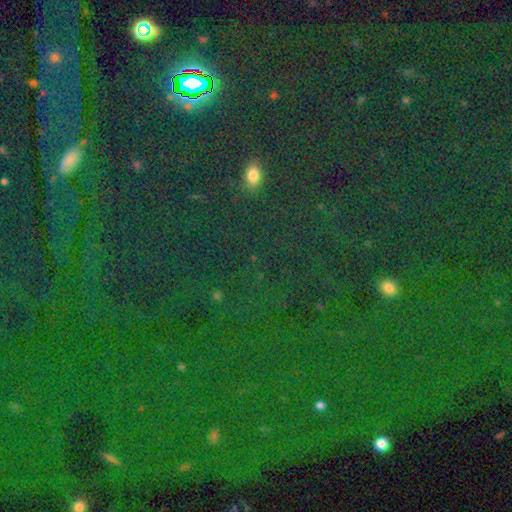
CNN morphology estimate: This is likely a star or artifact rather than a galaxy (79%).